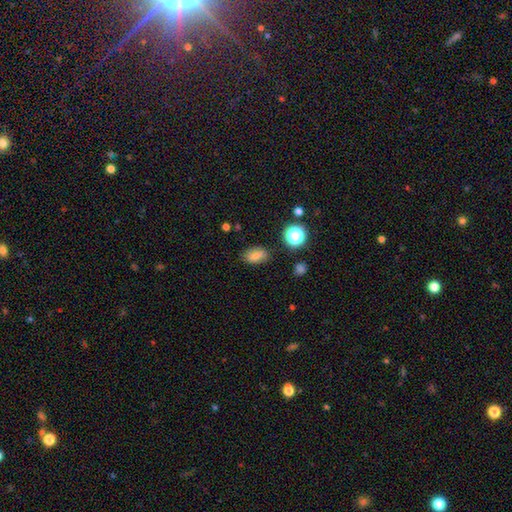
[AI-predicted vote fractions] smooth_or_featured: smooth (p=0.78) [alt: star or artifact p=0.13]
how_rounded: in between (p=0.84) [alt: round p=0.13]
merging: none (p=0.80) [alt: minor disturbance p=0.14]